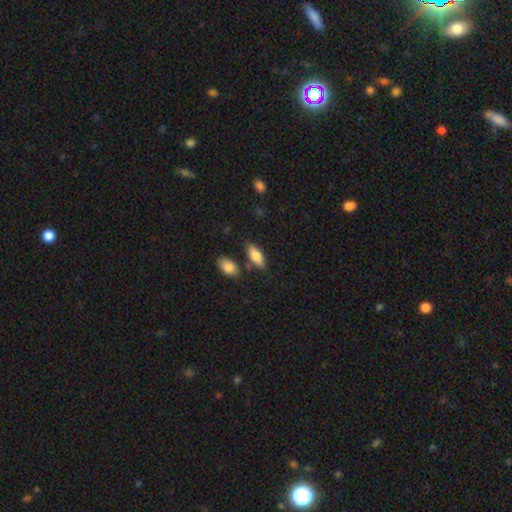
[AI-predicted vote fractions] smooth_or_featured: smooth (p=0.80) [alt: featured or disk p=0.14]
how_rounded: in between (p=0.79) [alt: cigar-shaped p=0.18]
merging: none (p=0.74) [alt: minor disturbance p=0.13]